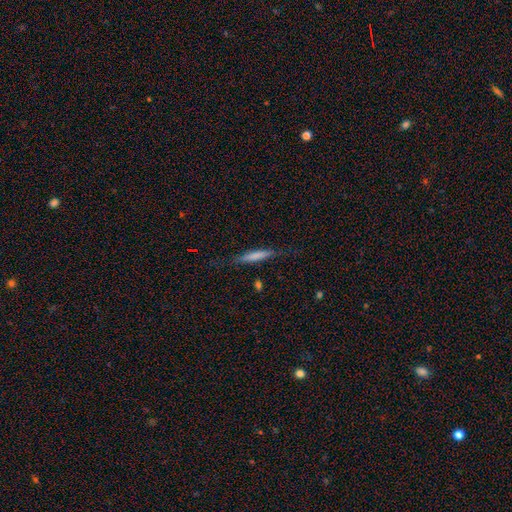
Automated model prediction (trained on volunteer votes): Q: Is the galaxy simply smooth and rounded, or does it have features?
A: smooth — 65%.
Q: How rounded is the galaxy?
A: cigar-shaped — 90%.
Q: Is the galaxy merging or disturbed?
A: none — 79%.